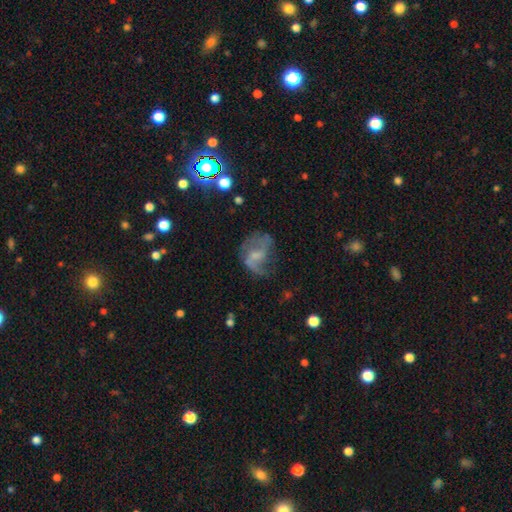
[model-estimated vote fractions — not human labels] Smooth or featured: featured or disk — 66% (smooth — 22%)
Edge-on disk: no — 97% (yes — 3%)
Bar: weak — 48% (no — 40%)
Spiral arms: yes — 80% (no — 20%)
Spiral winding: loose — 52% (medium — 37%)
Spiral arm count: 2 — 62% (1 — 18%)
Bulge size: small — 37% (none — 33%)
Merging: none — 46% (major disturbance — 29%)